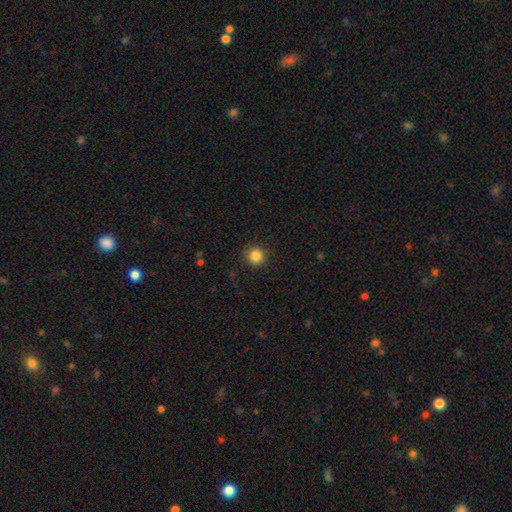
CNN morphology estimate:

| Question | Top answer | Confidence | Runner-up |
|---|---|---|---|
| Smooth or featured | smooth | 84% | star or artifact (11%) |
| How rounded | round | 95% | in between (4%) |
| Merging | none | 91% | minor disturbance (6%) |